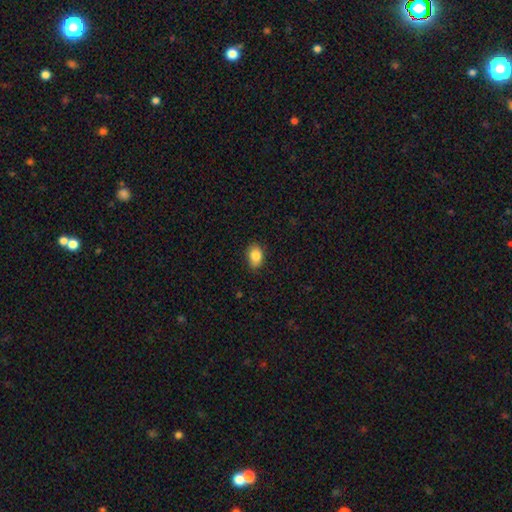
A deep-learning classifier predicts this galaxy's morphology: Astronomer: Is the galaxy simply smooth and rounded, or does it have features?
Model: smooth — 84%.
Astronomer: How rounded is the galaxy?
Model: in between — 80%.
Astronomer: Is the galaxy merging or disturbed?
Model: none — 83%.